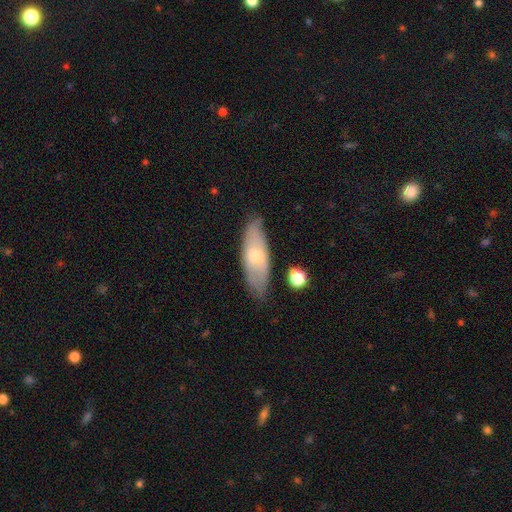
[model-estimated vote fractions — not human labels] This is possibly a smooth galaxy (53%). How rounded: likely in between (67%). Merging: likely none (75%).